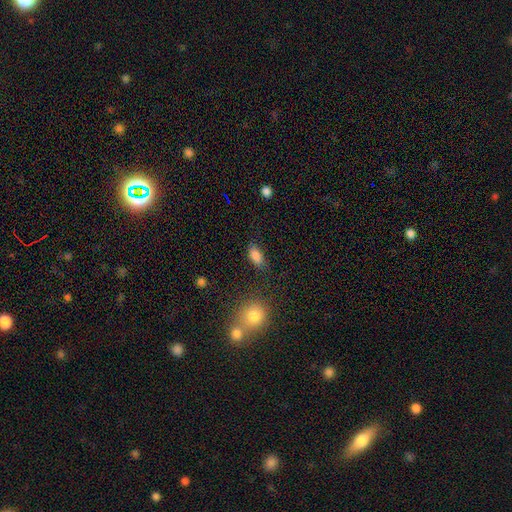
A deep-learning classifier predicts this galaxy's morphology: type=smooth (85%); roundness=in between (90%); merging=none (77%).